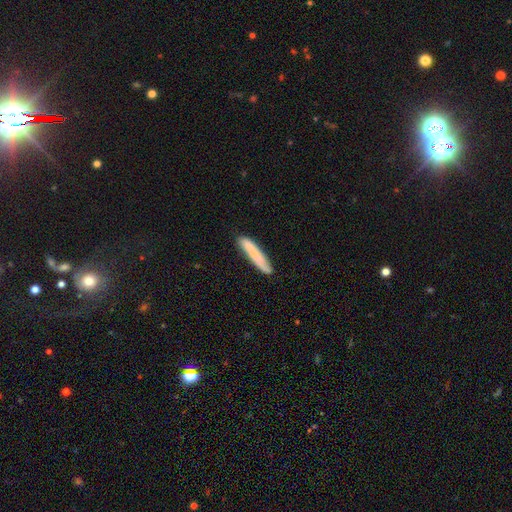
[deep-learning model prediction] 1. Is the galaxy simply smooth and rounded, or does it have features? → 75% smooth, 19% featured or disk, 6% star or artifact.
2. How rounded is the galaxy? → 91% cigar-shaped, 8% in between, 1% round.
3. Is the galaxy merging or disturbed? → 82% none, 14% minor disturbance, 2% major disturbance, 2% merger.